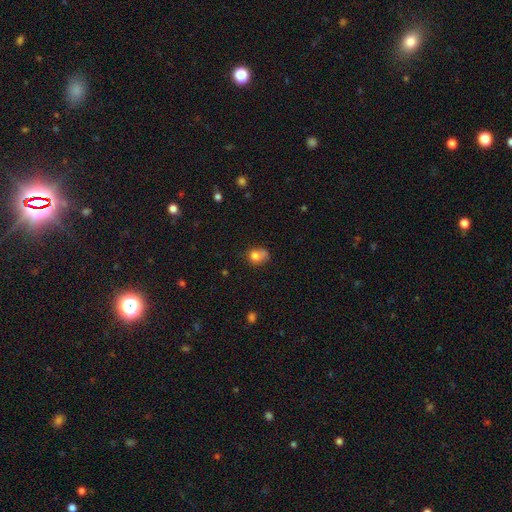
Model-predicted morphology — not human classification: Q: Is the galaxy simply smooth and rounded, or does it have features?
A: smooth — 76%.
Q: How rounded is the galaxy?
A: round — 56%.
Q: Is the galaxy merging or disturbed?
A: none — 39%.